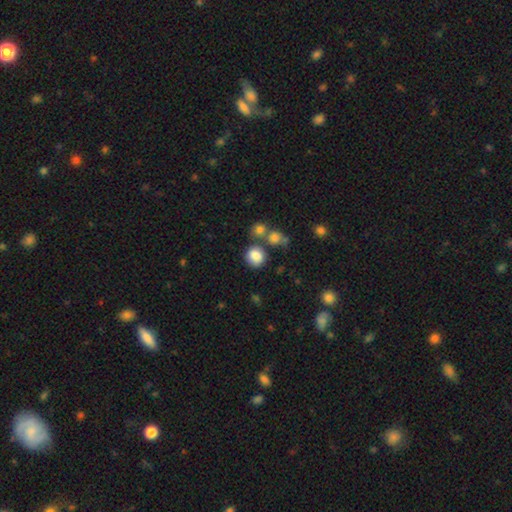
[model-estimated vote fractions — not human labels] A smooth galaxy with no disk features (84%) that is round (81%).

Vote fractions:
- Smooth or featured? smooth: 84% / star or artifact: 9% / featured or disk: 7%
- How rounded? round: 81% / in between: 18% / cigar-shaped: 1%
- Merging? none: 65% / merger: 18% / minor disturbance: 12% / major disturbance: 4%